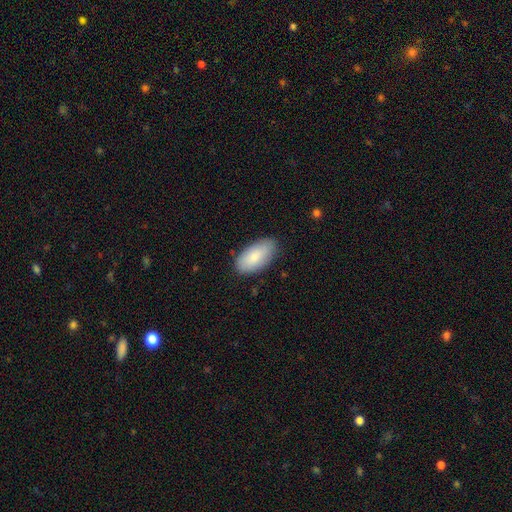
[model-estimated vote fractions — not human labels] This is clearly a smooth galaxy (83%). How rounded: clearly in between (94%). Merging: clearly none (82%).